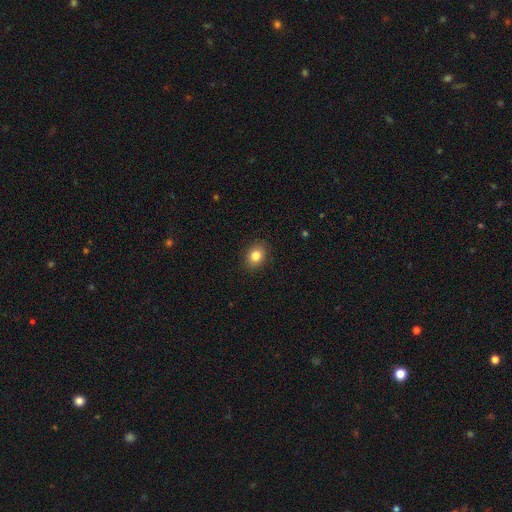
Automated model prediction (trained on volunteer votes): smooth_or_featured: smooth (p=0.83) [alt: star or artifact p=0.10]
how_rounded: round (p=0.50) [alt: in between p=0.49]
merging: none (p=0.89) [alt: minor disturbance p=0.08]